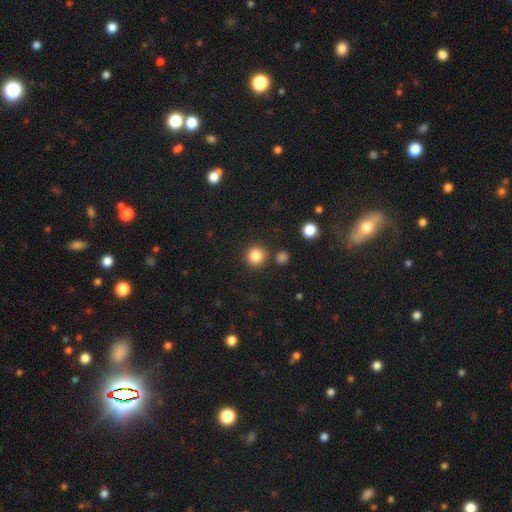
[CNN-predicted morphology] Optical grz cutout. It shows a smooth galaxy with no disk features (84%) that is round (93%). Merging: none (86%).